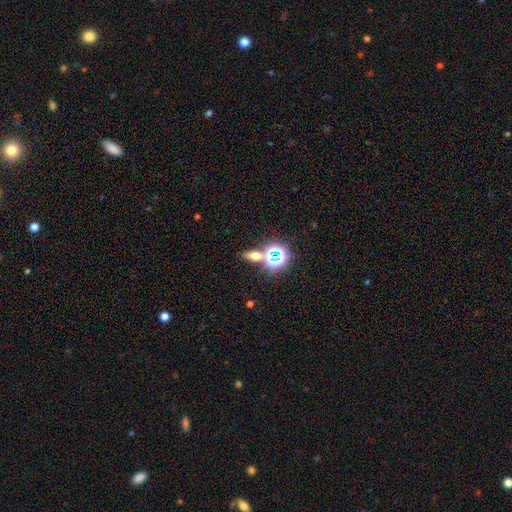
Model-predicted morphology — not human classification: smooth_or_featured: smooth (p=0.48) [alt: star or artifact p=0.35]
merging: none (p=0.70) [alt: merger p=0.16]